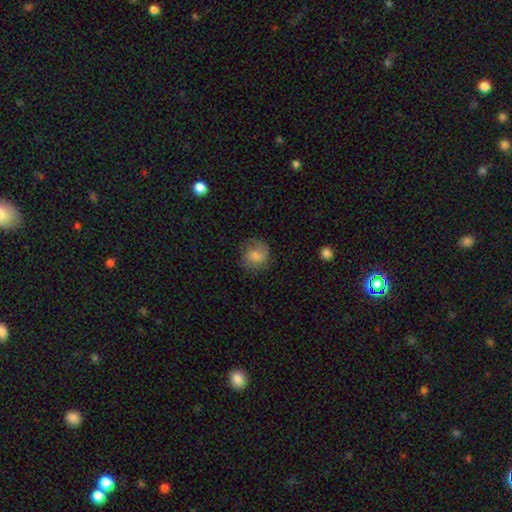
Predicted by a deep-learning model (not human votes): smooth-or-featured: smooth: 62% | featured or disk: 29% | star or artifact: 8%
  how-rounded: round: 81% | in between: 18% | cigar-shaped: 1%
  merging: none: 70% | minor disturbance: 20% | major disturbance: 8% | merger: 1%